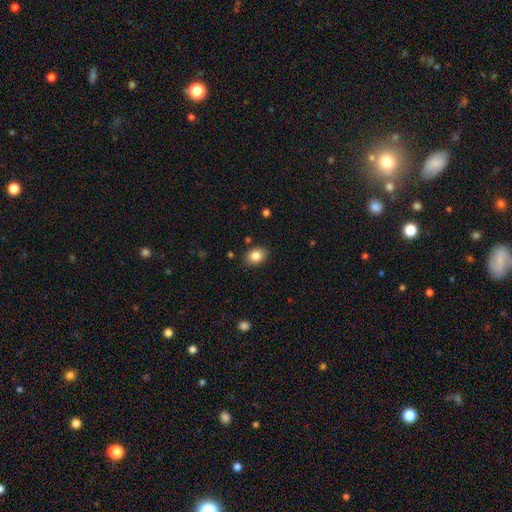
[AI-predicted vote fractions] A smooth galaxy with no disk features (84%) that is in between round and cigar-shaped (64%).

Vote fractions:
- Smooth or featured? smooth: 84% / star or artifact: 9% / featured or disk: 6%
- How rounded? in between: 64% / round: 35% / cigar-shaped: 1%
- Merging? none: 86% / minor disturbance: 10% / major disturbance: 2% / merger: 2%